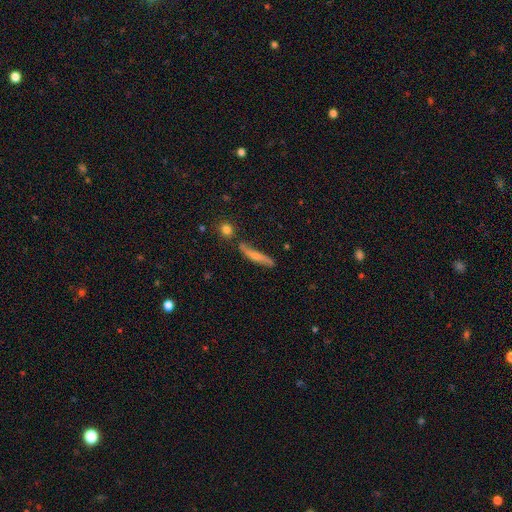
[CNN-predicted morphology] smooth_or_featured: smooth (p=0.48) [alt: featured or disk p=0.46]
merging: none (p=0.71) [alt: minor disturbance p=0.19]